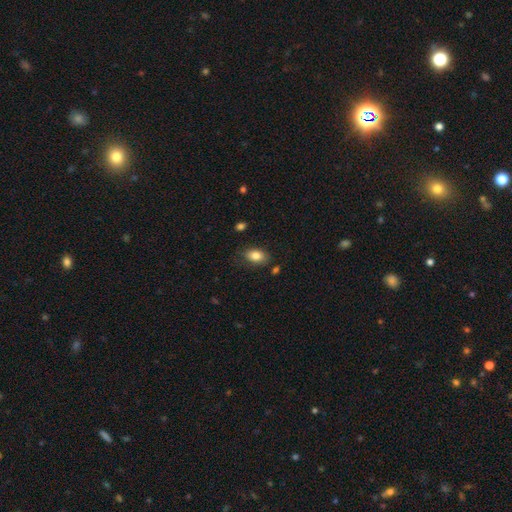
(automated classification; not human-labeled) Morphology: type=smooth (84%); roundness=in between (88%); merging=none (76%).